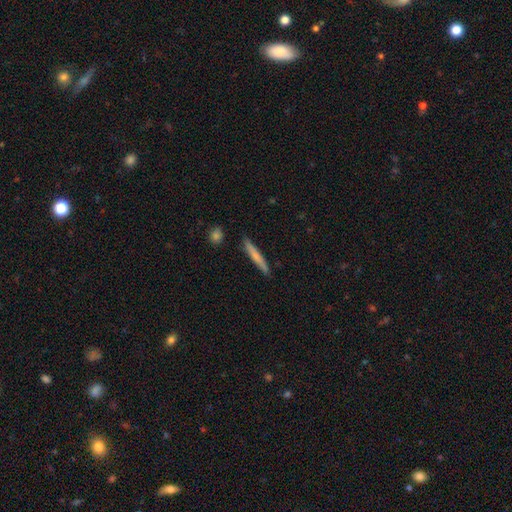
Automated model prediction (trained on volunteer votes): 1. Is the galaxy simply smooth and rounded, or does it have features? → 64% smooth, 30% featured or disk, 6% star or artifact.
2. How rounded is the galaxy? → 96% cigar-shaped, 3% in between, 1% round.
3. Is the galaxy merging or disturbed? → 88% none, 9% minor disturbance, 2% major disturbance, 2% merger.